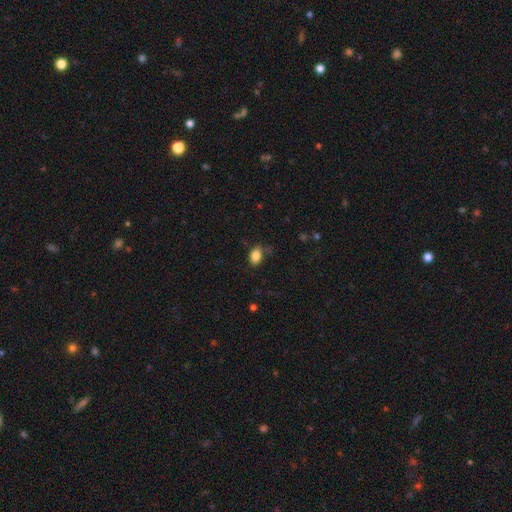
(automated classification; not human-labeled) smooth_or_featured: smooth (p=0.85) [alt: star or artifact p=0.09]
how_rounded: in between (p=0.79) [alt: round p=0.20]
merging: none (p=0.69) [alt: minor disturbance p=0.23]